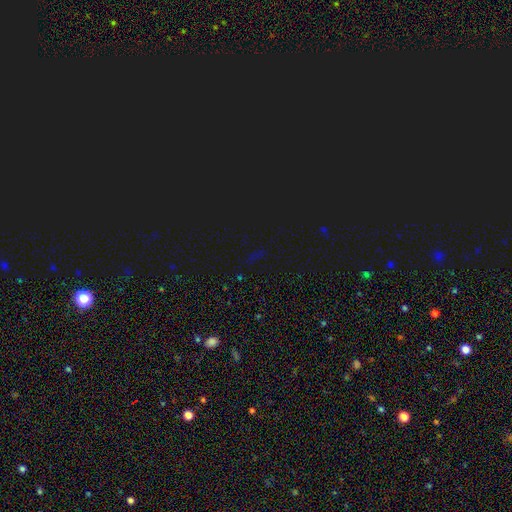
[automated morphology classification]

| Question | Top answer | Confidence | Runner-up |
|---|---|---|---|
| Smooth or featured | star or artifact | 76% | smooth (17%) |